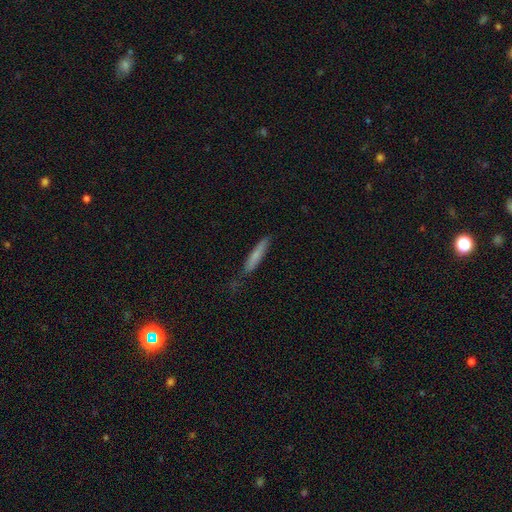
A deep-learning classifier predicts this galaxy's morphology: This is likely a smooth galaxy (69%). How rounded: clearly cigar-shaped (92%). Merging: likely none (74%).